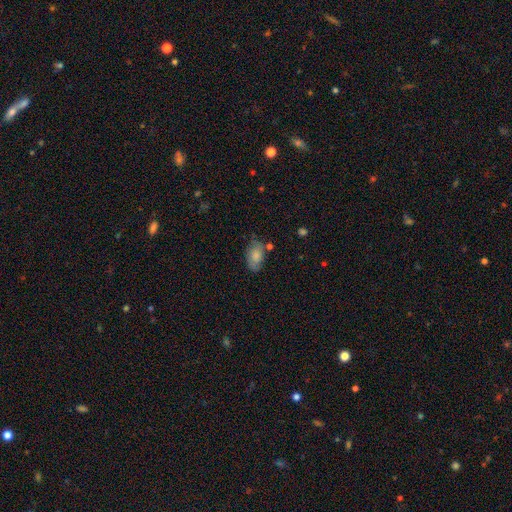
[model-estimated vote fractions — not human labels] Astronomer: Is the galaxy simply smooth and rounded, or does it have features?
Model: smooth — 76%.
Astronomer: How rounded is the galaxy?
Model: in between — 91%.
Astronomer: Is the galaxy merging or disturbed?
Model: none — 66%.